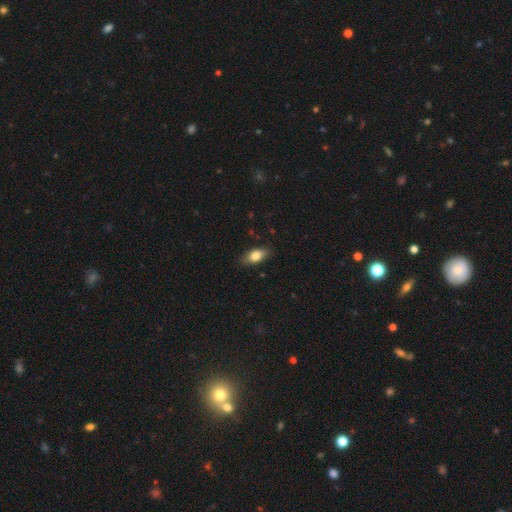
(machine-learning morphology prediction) The model was most divided on "smooth or featured": smooth: 80%, featured or disk: 12%, star or artifact: 7%. More confident: how rounded — in between (86%); merging — none (84%).